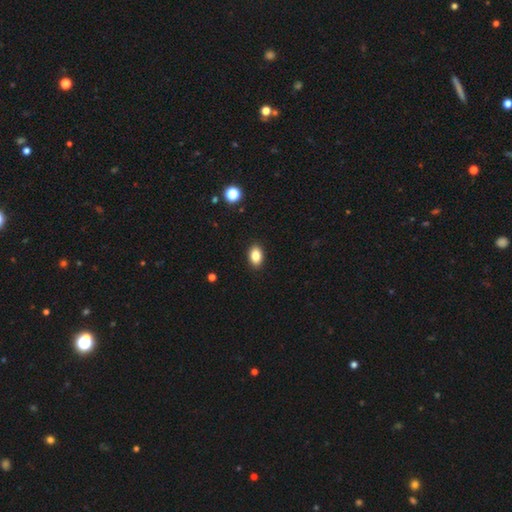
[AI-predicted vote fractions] This appears to be a smooth galaxy with no disk features (85%) that is in between round and cigar-shaped (86%). Merging: none (90%).